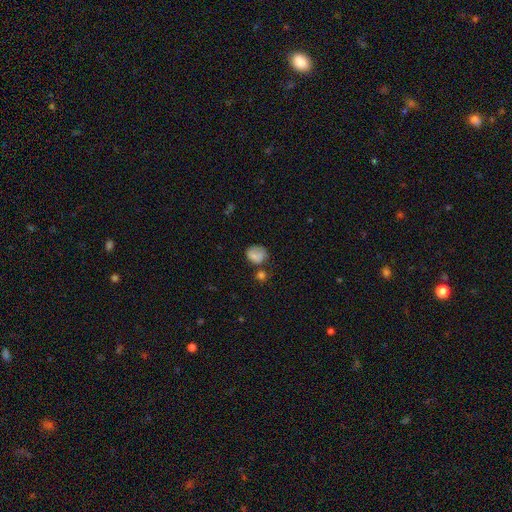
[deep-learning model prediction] A smooth galaxy with no disk features (76%) that is round (57%).

Vote fractions:
- Smooth or featured? smooth: 76% / featured or disk: 14% / star or artifact: 11%
- How rounded? round: 57% / in between: 42% / cigar-shaped: 1%
- Merging? none: 44% / minor disturbance: 29% / major disturbance: 14% / merger: 13%